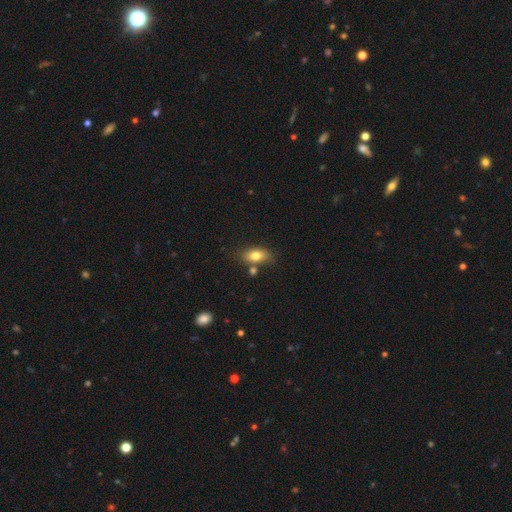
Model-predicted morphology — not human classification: Smooth or featured? Predicted: smooth (p=0.78). How rounded? Predicted: in between (p=0.86). Merging? Predicted: none (p=0.70).